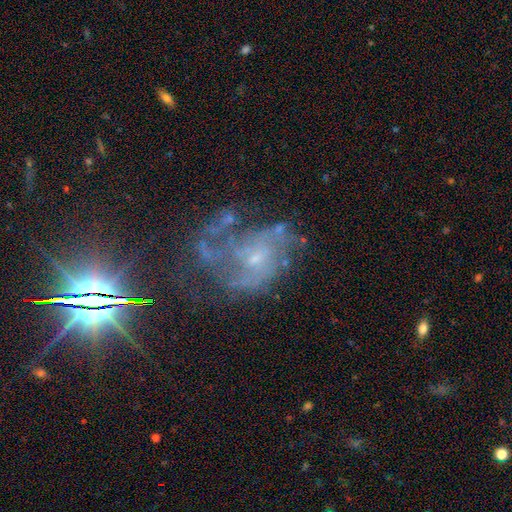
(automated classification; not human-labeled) A featured or disk galaxy (66%) with no bar (75%), spiral arms (77%) and a small central bulge (66%).

Vote fractions:
- Smooth or featured? featured or disk: 66% / star or artifact: 24% / smooth: 10%
- Edge-on disk? no: 97% / yes: 3%
- Bar? no: 75% / weak: 20% / strong: 5%
- Spiral arms? yes: 77% / no: 23%
- Bulge size? small: 66% / moderate: 20% / none: 11% / large: 2% / dominant: 1%
- Merging? none: 43% / major disturbance: 30% / minor disturbance: 21% / merger: 6%